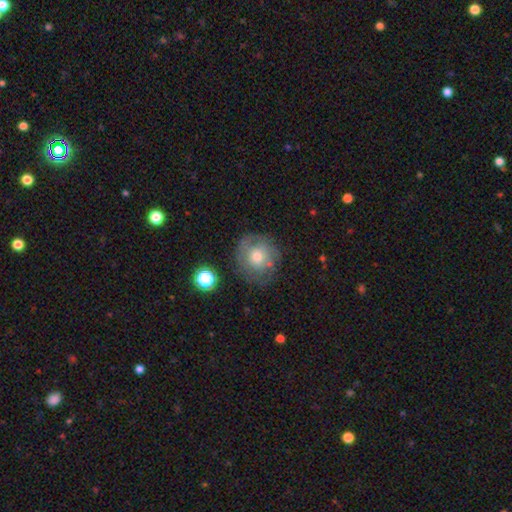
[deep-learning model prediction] Smooth or featured: featured or disk — 44% (tied with smooth — 44%)
Merging: none — 75% (minor disturbance — 17%)